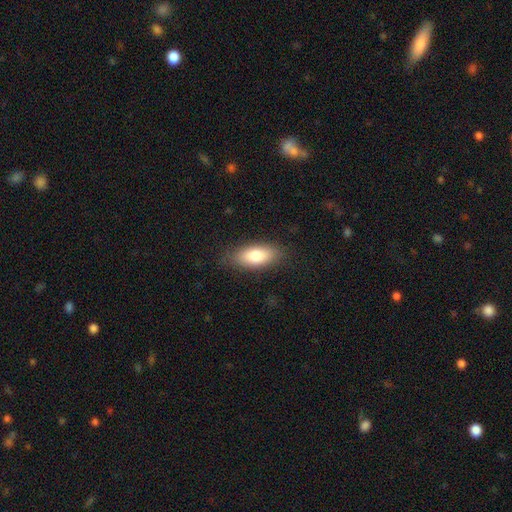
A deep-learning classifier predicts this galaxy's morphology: smooth 80%, featured or disk 13%, star or artifact 7%. Down the decision tree: how rounded — in between (85%); merging — none (84%).